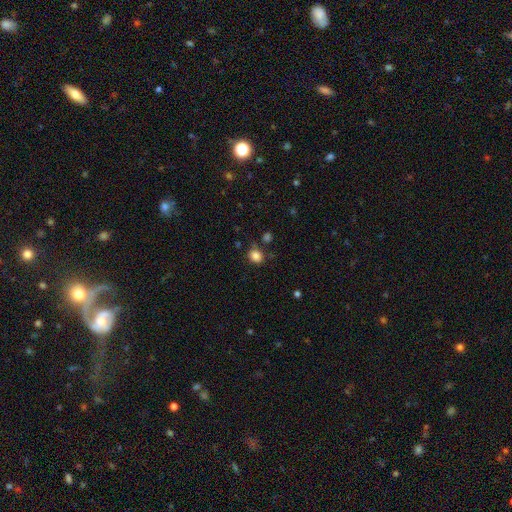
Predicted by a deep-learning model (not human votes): smooth 83%, star or artifact 12%, featured or disk 6%. Down the decision tree: how rounded — round (63%); merging — none (73%).